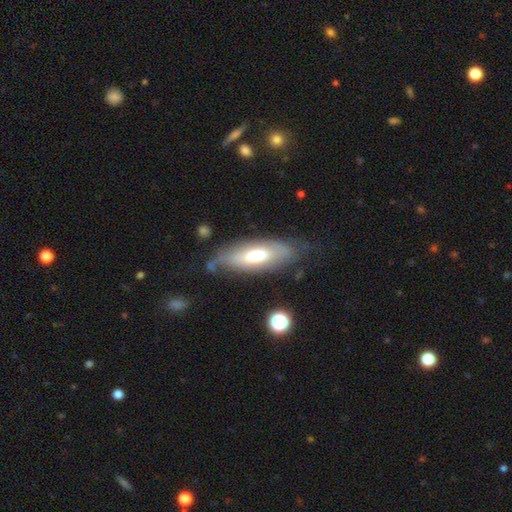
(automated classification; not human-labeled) A smooth galaxy with no disk features (53%) that is in between round and cigar-shaped (67%).

Vote fractions:
- Smooth or featured? smooth: 53% / featured or disk: 41% / star or artifact: 7%
- How rounded? in between: 67% / cigar-shaped: 30% / round: 2%
- Merging? none: 60% / minor disturbance: 25% / major disturbance: 12% / merger: 3%